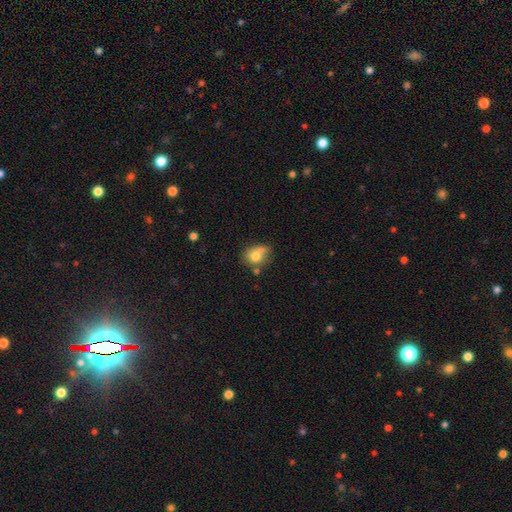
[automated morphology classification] smooth_or_featured: smooth (p=0.72) [alt: featured or disk p=0.17]
how_rounded: round (p=0.54) [alt: in between p=0.44]
merging: none (p=0.38) [alt: merger p=0.26]